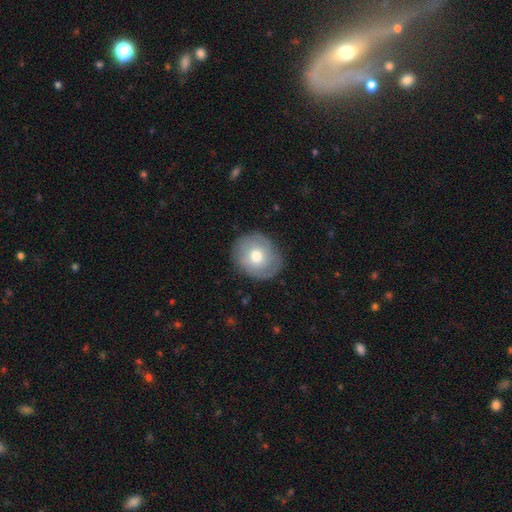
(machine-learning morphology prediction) Overall: smooth (60%; featured or disk 32%). How rounded: round (71%). Merging: none (82%).